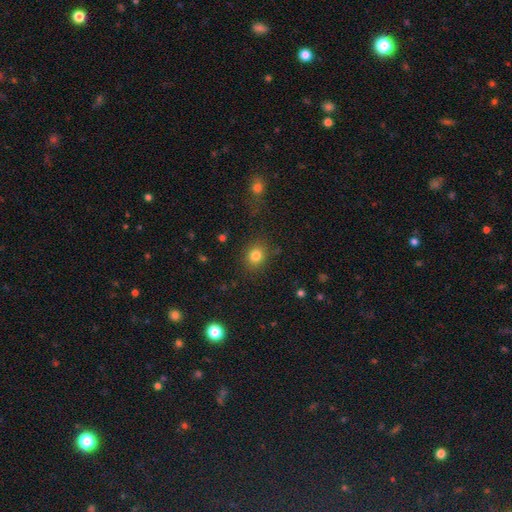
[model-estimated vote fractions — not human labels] The model was most divided on "how rounded": round: 68%, in between: 31%, cigar-shaped: 1%. More confident: merging — none (83%); smooth or featured — smooth (81%).